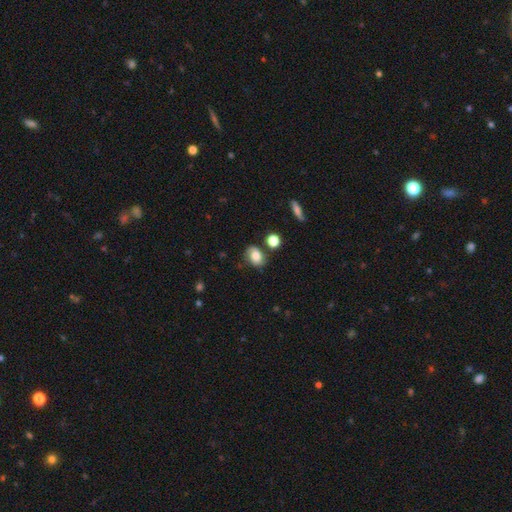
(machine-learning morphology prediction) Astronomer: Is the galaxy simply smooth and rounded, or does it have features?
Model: smooth — 68%.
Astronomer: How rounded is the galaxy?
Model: in between — 59% (runner-up: round, 40%).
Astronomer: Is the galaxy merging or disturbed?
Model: none — 67%.